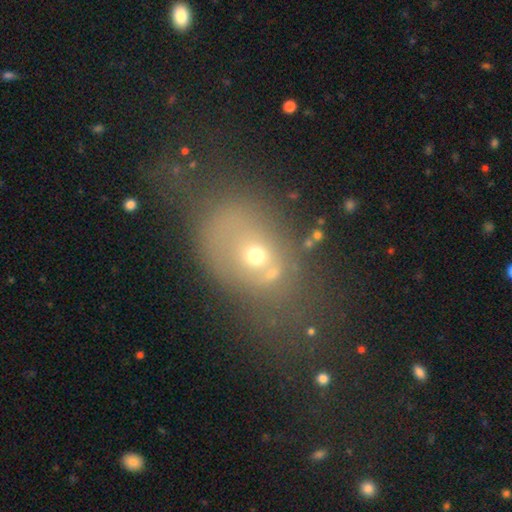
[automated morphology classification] smooth-or-featured: smooth: 50% | featured or disk: 30% | star or artifact: 20%
  merging: none: 32% | merger: 26% | major disturbance: 25% | minor disturbance: 18%